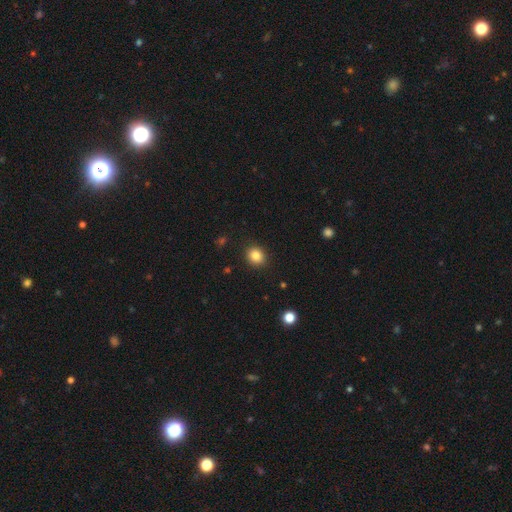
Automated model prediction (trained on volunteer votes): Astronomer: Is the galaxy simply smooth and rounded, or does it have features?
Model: smooth — 84%.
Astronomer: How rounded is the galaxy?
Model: round — 72%.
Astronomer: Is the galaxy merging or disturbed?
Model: none — 90%.